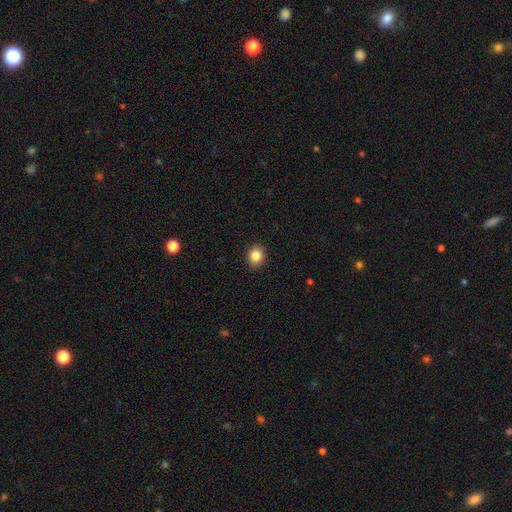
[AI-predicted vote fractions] smooth_or_featured: smooth (p=0.85) [alt: star or artifact p=0.10]
how_rounded: round (p=0.68) [alt: in between p=0.31]
merging: none (p=0.91) [alt: minor disturbance p=0.06]